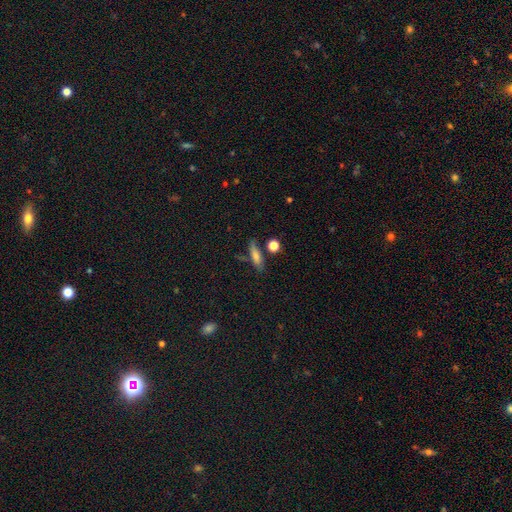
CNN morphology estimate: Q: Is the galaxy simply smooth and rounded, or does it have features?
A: smooth — 66%.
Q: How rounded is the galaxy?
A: cigar-shaped — 57%.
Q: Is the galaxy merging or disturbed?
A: none — 66%.